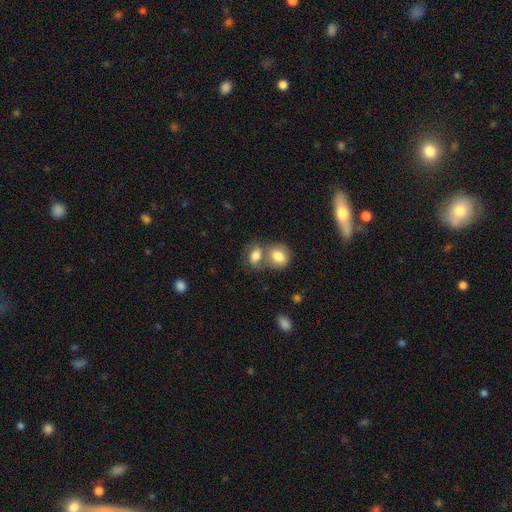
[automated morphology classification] A smooth galaxy with no disk features (72%) that is in between round and cigar-shaped (66%).

Vote fractions:
- Smooth or featured? smooth: 72% / featured or disk: 19% / star or artifact: 9%
- How rounded? in between: 66% / round: 32% / cigar-shaped: 2%
- Merging? merger: 57% / none: 29% / minor disturbance: 10% / major disturbance: 5%